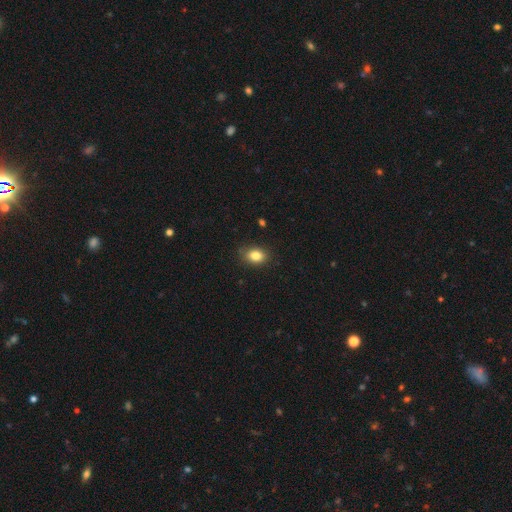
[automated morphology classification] Q: Smooth or featured?
A: smooth (84%); runner-up: star or artifact (10%)
Q: How rounded?
A: in between (71%); runner-up: round (28%)
Q: Merging?
A: none (85%); runner-up: minor disturbance (12%)